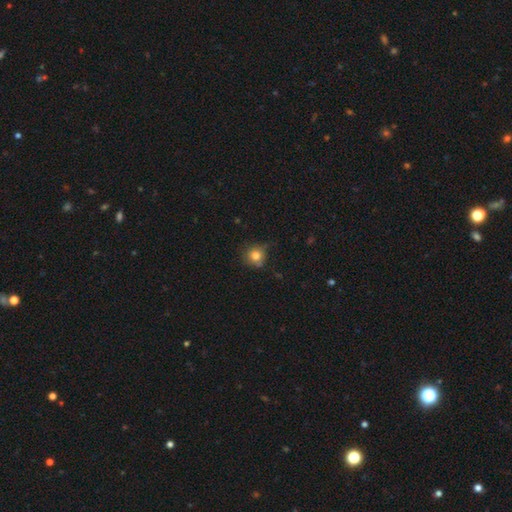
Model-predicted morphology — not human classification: Smooth or featured: smooth — 80% (star or artifact — 12%)
How rounded: round — 90% (in between — 9%)
Merging: none — 69% (minor disturbance — 22%)